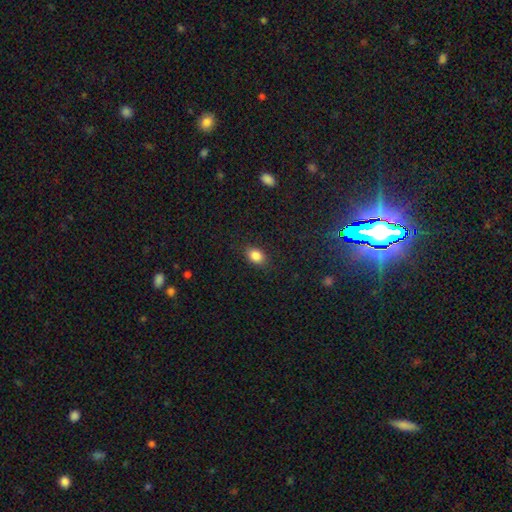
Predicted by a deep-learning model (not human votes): Smooth or featured? Predicted: smooth (p=0.86). How rounded? Predicted: in between (p=0.78). Merging? Predicted: none (p=0.87).